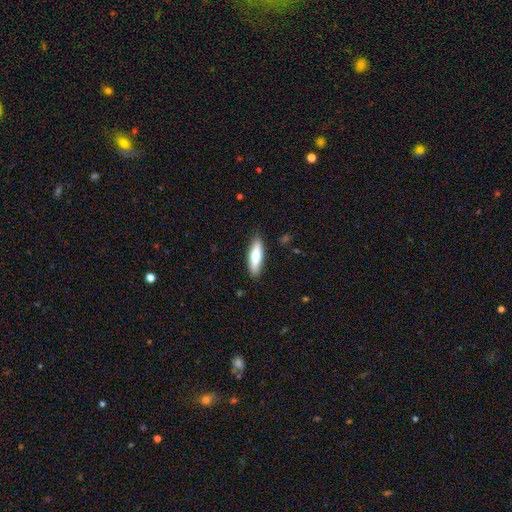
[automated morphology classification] smooth-or-featured: smooth: 64% | featured or disk: 31% | star or artifact: 6%
  how-rounded: cigar-shaped: 60% | in between: 38% | round: 2%
  merging: none: 88% | minor disturbance: 9% | major disturbance: 2% | merger: 1%